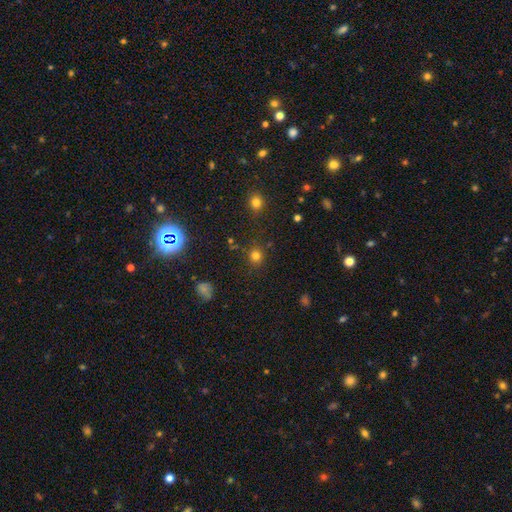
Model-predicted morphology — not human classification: This appears to be a smooth galaxy with no disk features (77%) that is round (89%). Merging: none (85%).